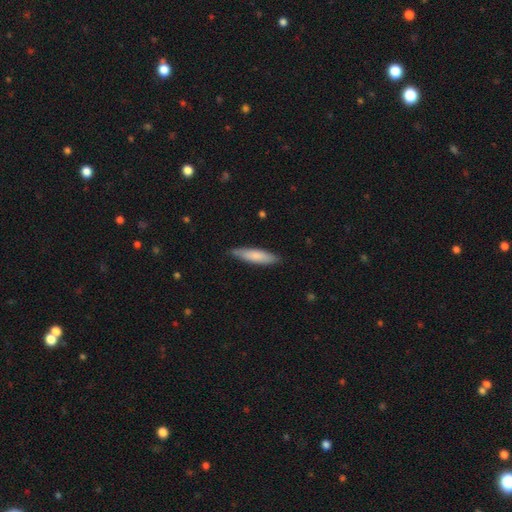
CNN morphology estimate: Smooth or featured? smooth (77%)
How rounded? cigar-shaped (74%)
Merging? none (81%)